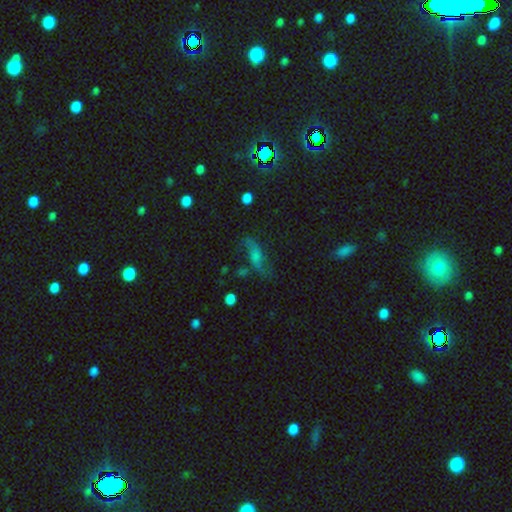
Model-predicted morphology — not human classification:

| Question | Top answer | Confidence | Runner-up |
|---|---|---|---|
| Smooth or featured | featured or disk | 50% | smooth (30%) |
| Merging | none | 62% | minor disturbance (21%) |